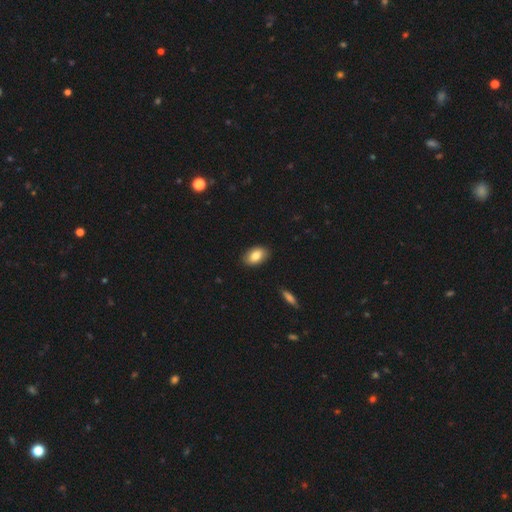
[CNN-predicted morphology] Smooth or featured? smooth (82%)
How rounded? in between (91%)
Merging? none (89%)